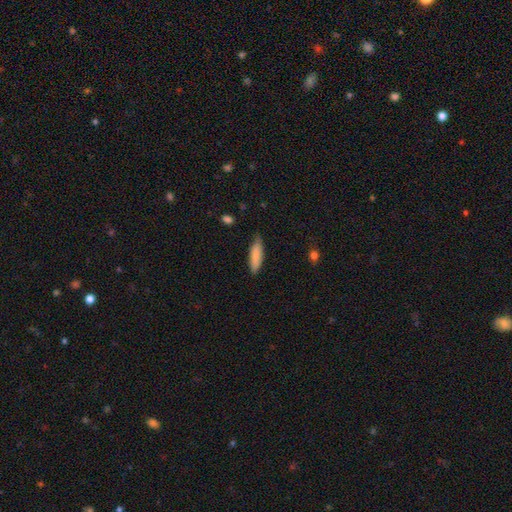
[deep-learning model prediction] Overall: smooth (84%). How rounded: cigar-shaped (61%; in between 37%). Merging: none (76%).